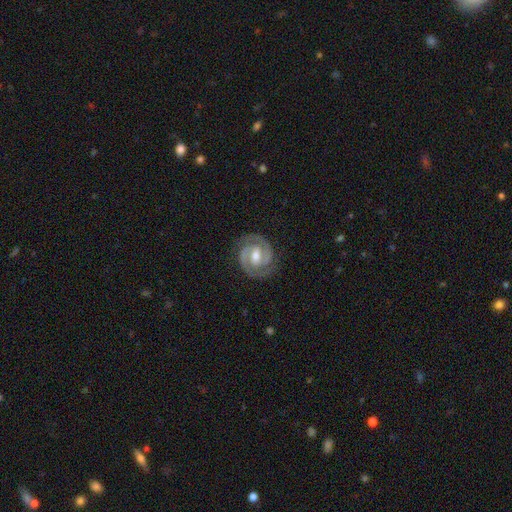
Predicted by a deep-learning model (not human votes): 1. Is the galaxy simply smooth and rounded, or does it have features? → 92% featured or disk, 4% smooth, 4% star or artifact.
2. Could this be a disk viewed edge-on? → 98% no, 2% yes.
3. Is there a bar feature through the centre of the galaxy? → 48% weak, 35% strong, 17% no.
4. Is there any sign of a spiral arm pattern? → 98% yes, 2% no.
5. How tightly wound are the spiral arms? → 63% tight, 33% medium, 4% loose.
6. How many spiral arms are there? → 94% 2, 2% can't tell, 1% 3, 1% 1, 1% 4, 1% more than 4.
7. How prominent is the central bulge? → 69% moderate, 24% small, 5% large, 2% none, 1% dominant.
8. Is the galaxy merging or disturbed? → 86% none, 10% minor disturbance, 3% major disturbance, 1% merger.